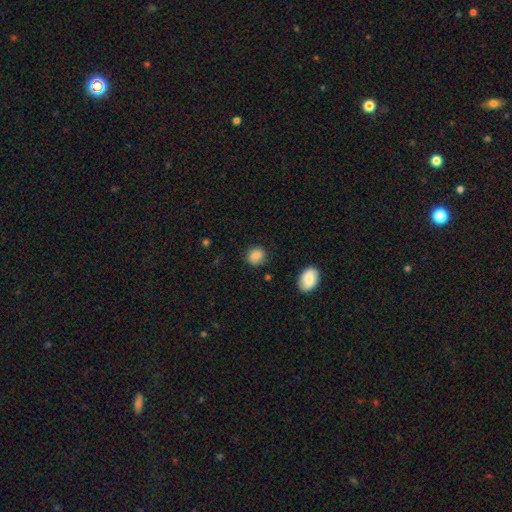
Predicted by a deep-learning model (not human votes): This is clearly a smooth galaxy (85%). How rounded: likely round (70%). Merging: clearly none (80%).